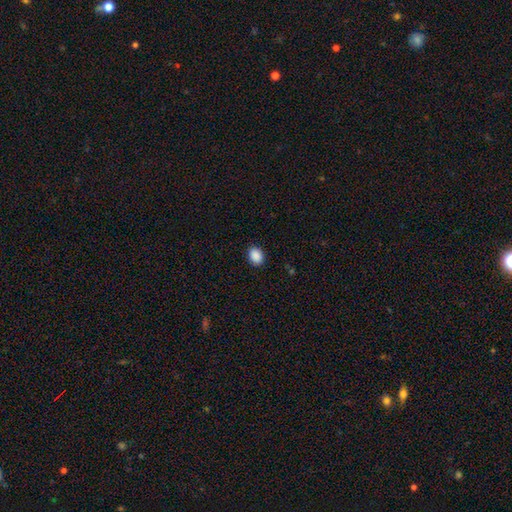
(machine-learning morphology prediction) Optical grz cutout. It shows a smooth galaxy with no disk features (89%) that is in between round and cigar-shaped (57%). Merging: none (89%).